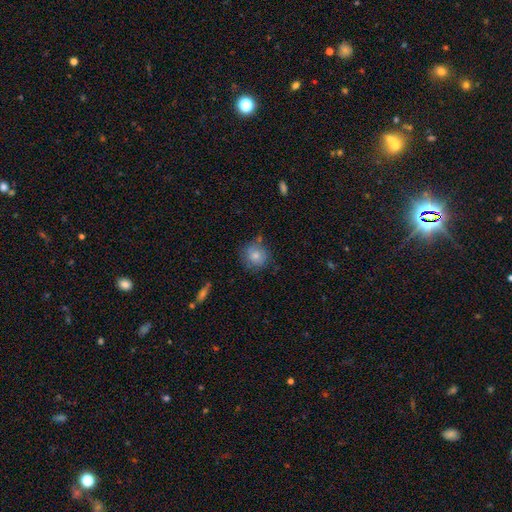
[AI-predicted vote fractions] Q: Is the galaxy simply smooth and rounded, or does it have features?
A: smooth — 78%.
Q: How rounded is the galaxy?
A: round — 89%.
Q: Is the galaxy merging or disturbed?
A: none — 74%.